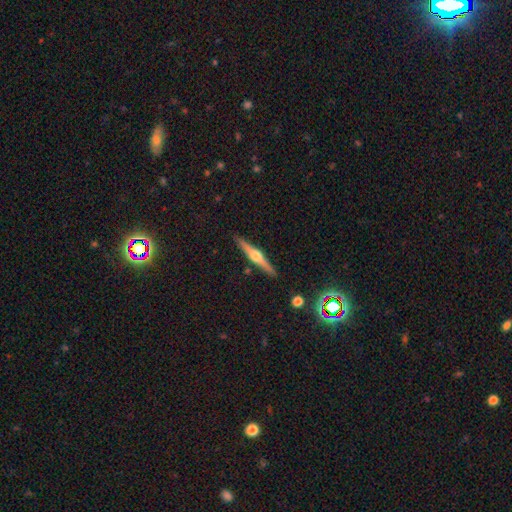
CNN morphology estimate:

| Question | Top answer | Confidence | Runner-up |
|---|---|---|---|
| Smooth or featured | featured or disk | 76% | smooth (18%) |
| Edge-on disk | yes | 98% | no (2%) |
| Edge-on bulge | rounded | 93% | boxy (4%) |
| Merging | none | 90% | minor disturbance (7%) |